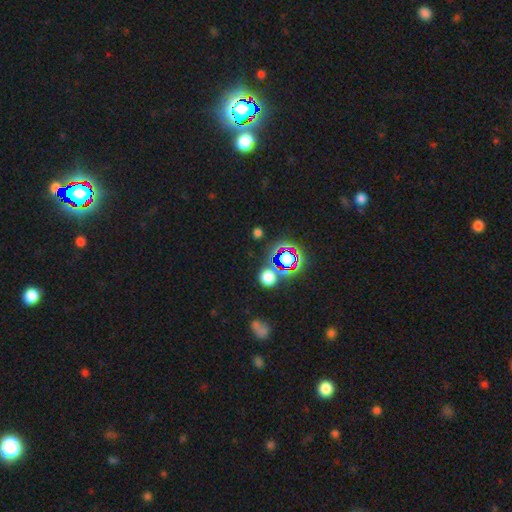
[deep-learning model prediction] A star or artifact, not a galaxy (75%).